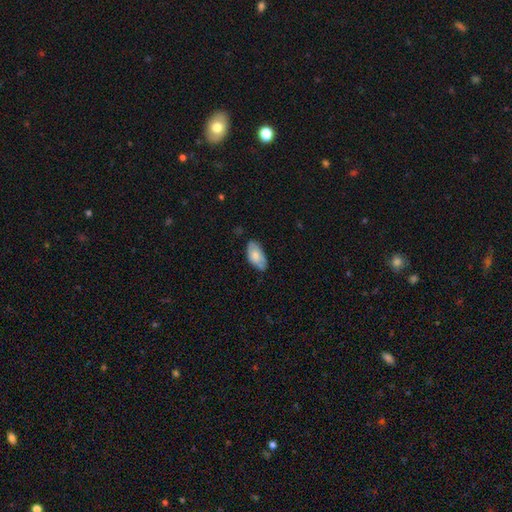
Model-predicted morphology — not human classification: The model was most divided on "merging": none: 70%, minor disturbance: 25%, major disturbance: 4%, merger: 2%. More confident: how rounded — in between (93%); smooth or featured — smooth (72%).